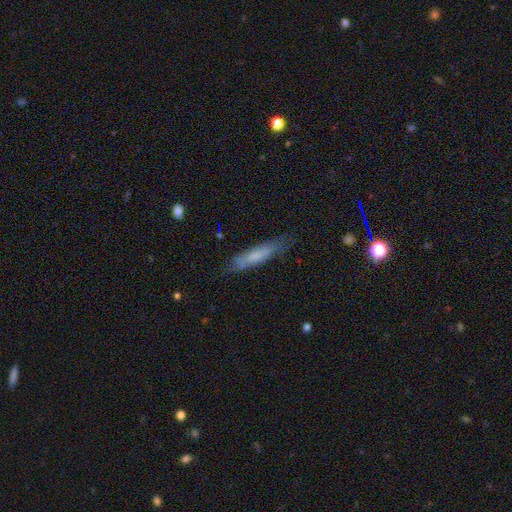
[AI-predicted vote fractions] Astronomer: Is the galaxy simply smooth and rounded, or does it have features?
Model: smooth — 66%.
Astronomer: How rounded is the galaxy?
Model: cigar-shaped — 80%.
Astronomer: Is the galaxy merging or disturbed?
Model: none — 74%.